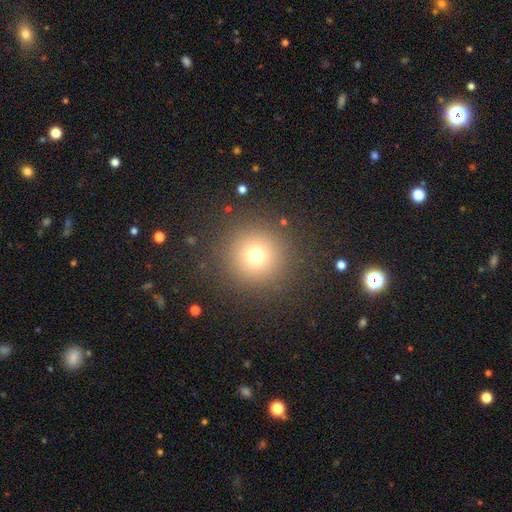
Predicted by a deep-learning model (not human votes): Smooth or featured?
  - smooth: 73% *
  - star or artifact: 18%
  - featured or disk: 9%
How rounded?
  - round: 96% *
  - in between: 3%
  - cigar-shaped: 1%
Merging?
  - none: 89% *
  - minor disturbance: 6%
  - major disturbance: 4%
  - merger: 1%